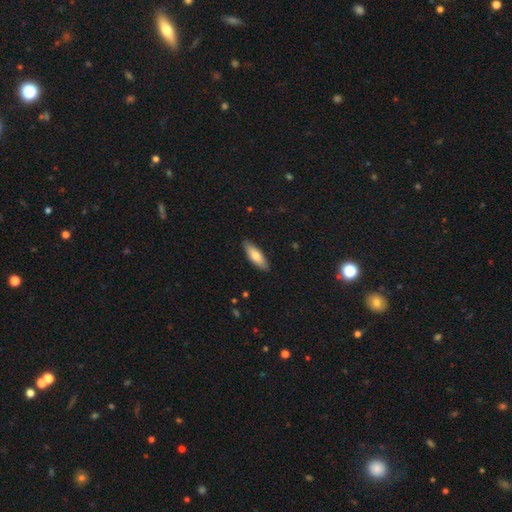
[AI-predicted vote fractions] This appears to be a smooth galaxy with no disk features (75%) that is in between round and cigar-shaped (55%). Merging: none (88%).